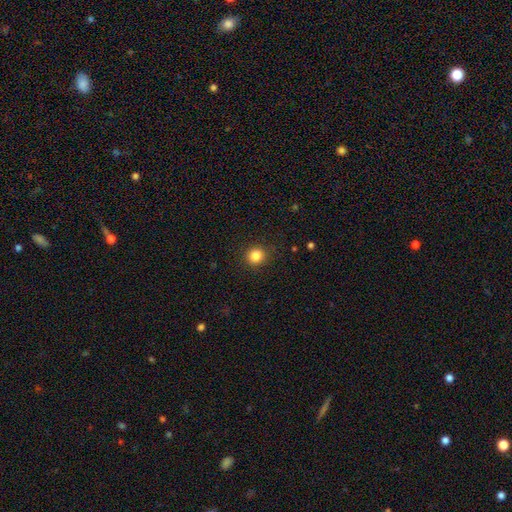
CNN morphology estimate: Q: Smooth or featured?
A: smooth (84%); runner-up: star or artifact (12%)
Q: How rounded?
A: round (90%); runner-up: in between (9%)
Q: Merging?
A: none (91%); runner-up: minor disturbance (6%)